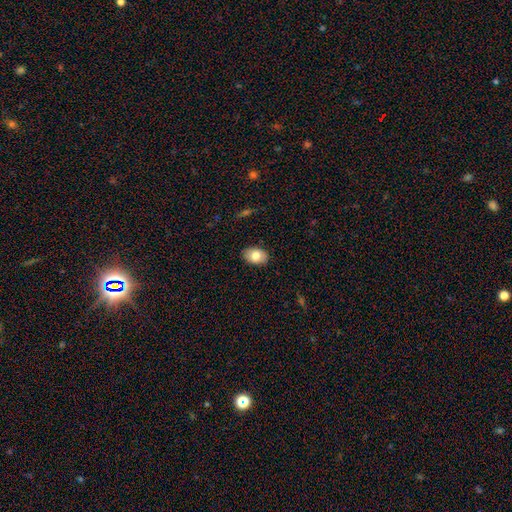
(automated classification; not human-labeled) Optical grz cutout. It shows a smooth galaxy with no disk features (80%) that is in between round and cigar-shaped (86%). Merging: none (88%).